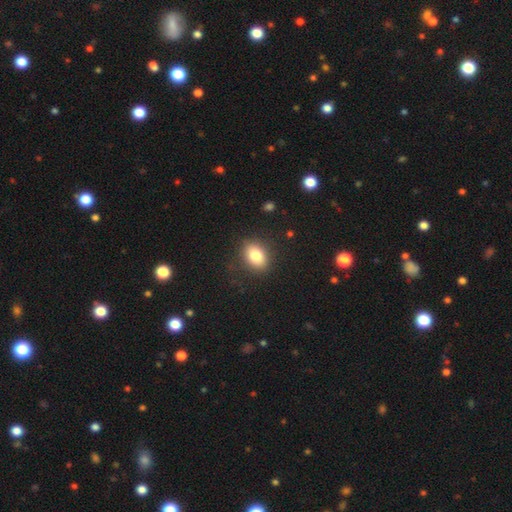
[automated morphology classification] This appears to be a smooth galaxy with no disk features (81%) that is in between round and cigar-shaped (72%). Merging: none (85%).